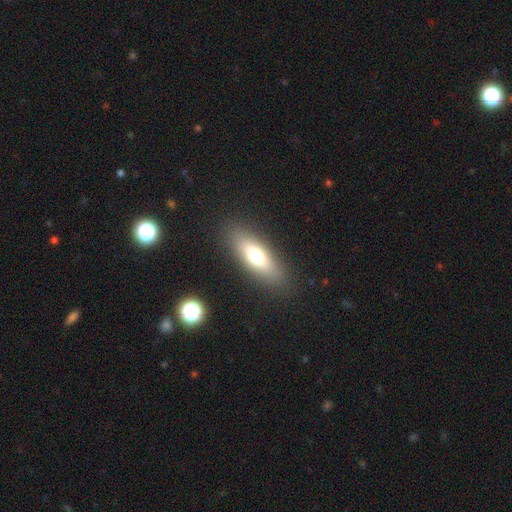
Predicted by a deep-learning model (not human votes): Overall: smooth (66%). How rounded: in between (62%; cigar-shaped 35%). Merging: none (87%).